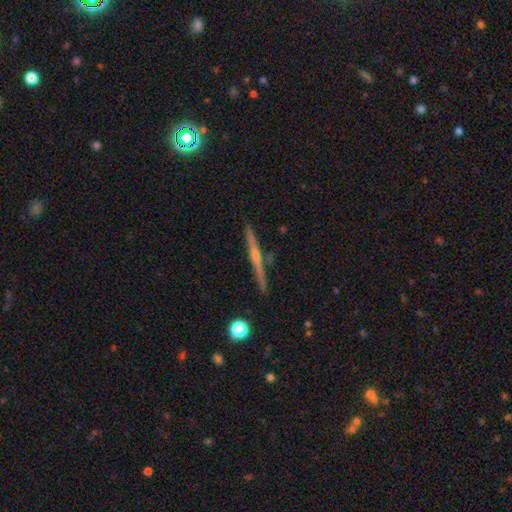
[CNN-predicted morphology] This is likely a featured or disk galaxy (74%). It is clearly viewed edge-on (98%). Edge-on bulge: likely rounded (68%). Merging: clearly none (90%).